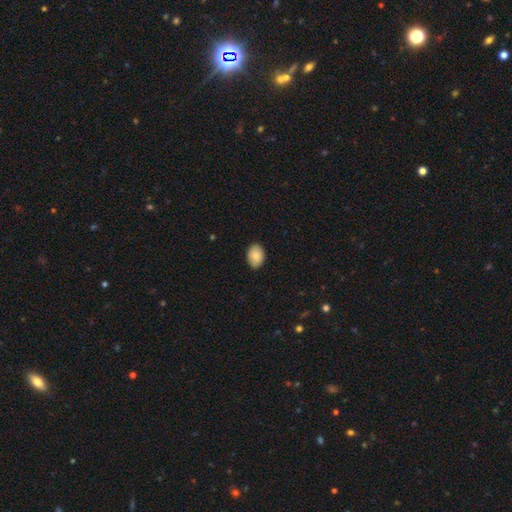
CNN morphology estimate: Smooth or featured? Predicted: smooth (p=0.88). How rounded? Predicted: in between (p=0.82). Merging? Predicted: none (p=0.88).